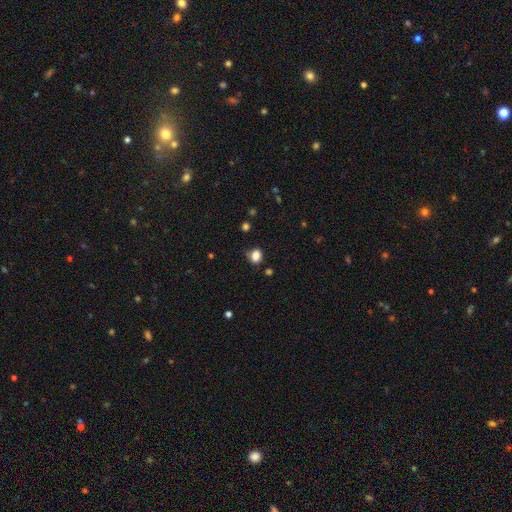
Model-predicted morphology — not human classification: Smooth or featured? Predicted: smooth (p=0.84). How rounded? Predicted: round (p=0.50). Merging? Predicted: none (p=0.66).